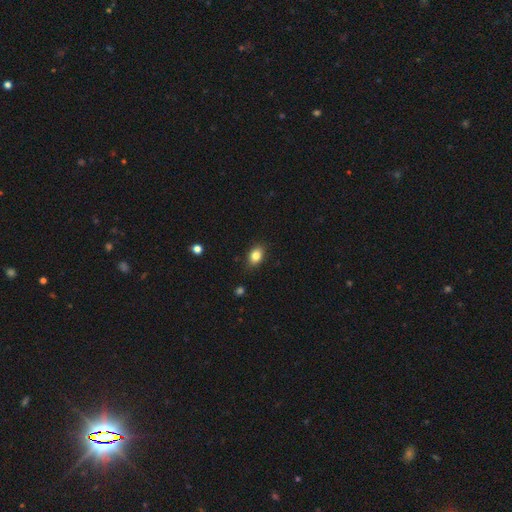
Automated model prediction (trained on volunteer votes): The model was most divided on "how rounded": in between: 76%, round: 22%, cigar-shaped: 2%. More confident: merging — none (83%); smooth or featured — smooth (83%).